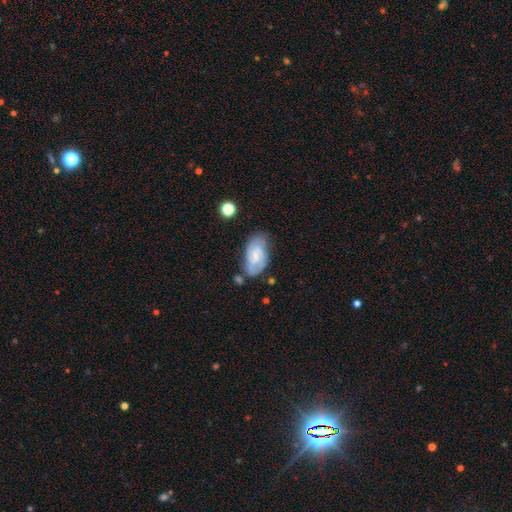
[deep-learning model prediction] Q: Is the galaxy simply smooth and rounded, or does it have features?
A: featured or disk — 62%.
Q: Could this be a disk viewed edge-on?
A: no — 95%.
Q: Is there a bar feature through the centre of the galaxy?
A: weak — 47%.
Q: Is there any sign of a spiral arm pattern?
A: yes — 88%.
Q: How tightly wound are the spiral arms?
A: tight — 48%.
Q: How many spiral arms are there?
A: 2 — 61%.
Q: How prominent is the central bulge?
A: small — 60%.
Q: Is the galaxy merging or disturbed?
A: none — 64%.